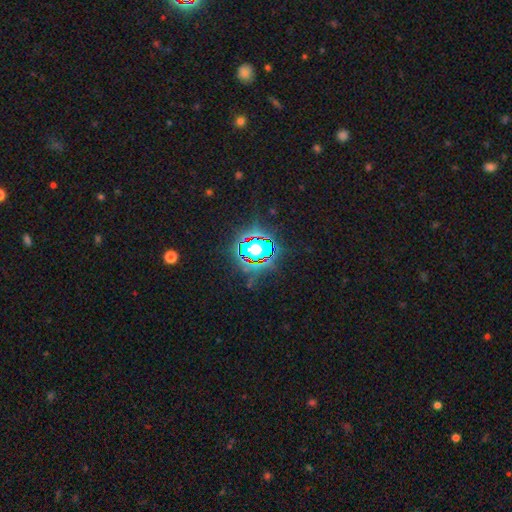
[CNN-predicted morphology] Smooth or featured: star or artifact — 81% (smooth — 12%)